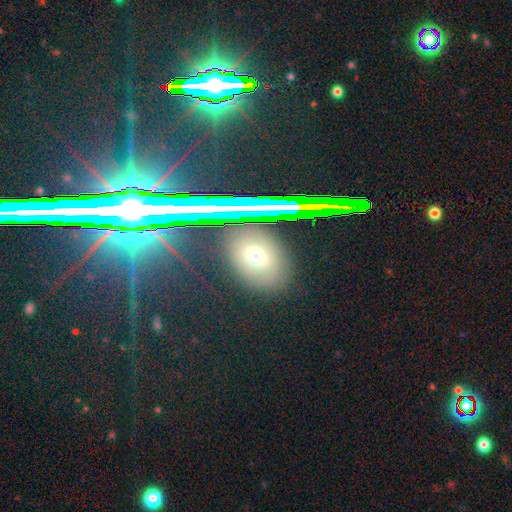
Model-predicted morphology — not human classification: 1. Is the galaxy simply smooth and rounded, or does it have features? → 54% smooth, 30% star or artifact, 16% featured or disk.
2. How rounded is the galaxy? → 64% in between, 34% round, 2% cigar-shaped.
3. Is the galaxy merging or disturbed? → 82% none, 11% minor disturbance, 5% major disturbance, 2% merger.